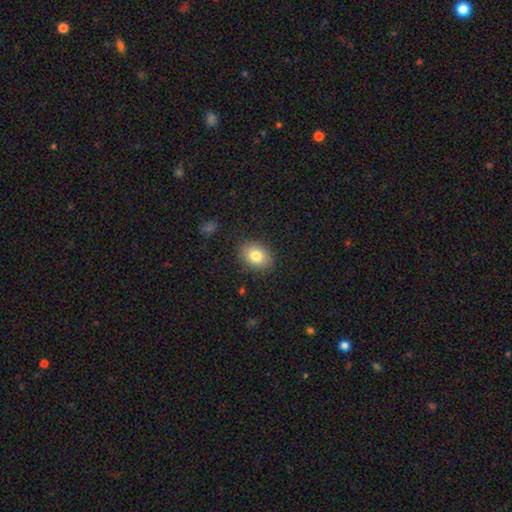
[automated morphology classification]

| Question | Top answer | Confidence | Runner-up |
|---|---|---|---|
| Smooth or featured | smooth | 81% | featured or disk (10%) |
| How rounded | in between | 64% | round (35%) |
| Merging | none | 87% | minor disturbance (10%) |